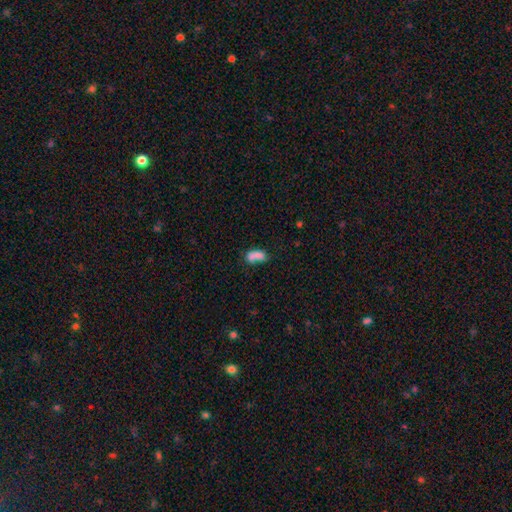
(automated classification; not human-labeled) Smooth or featured?
  - smooth: 72% *
  - featured or disk: 18%
  - star or artifact: 10%
How rounded?
  - in between: 82% *
  - round: 13%
  - cigar-shaped: 5%
Merging?
  - merger: 50% *
  - none: 26%
  - minor disturbance: 14%
  - major disturbance: 10%